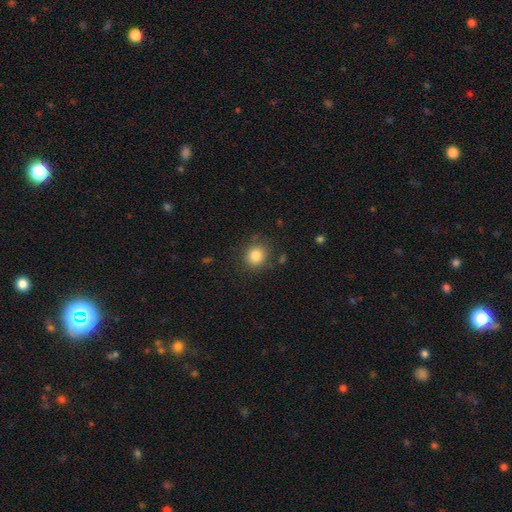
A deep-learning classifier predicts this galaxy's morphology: Smooth or featured? smooth (83%)
How rounded? round (83%)
Merging? none (85%)